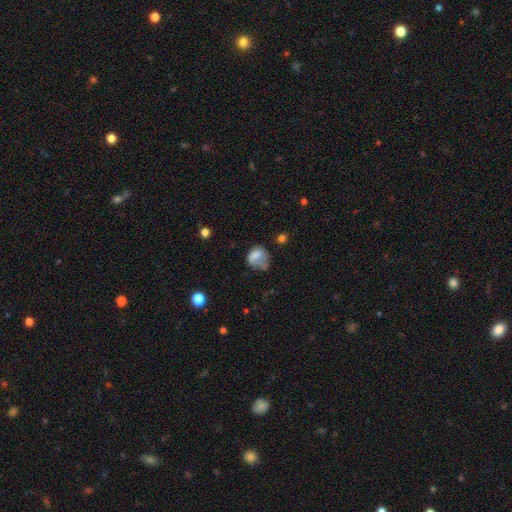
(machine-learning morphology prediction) A smooth galaxy with no disk features (70%) that is in between round and cigar-shaped (54%).

Vote fractions:
- Smooth or featured? smooth: 70% / featured or disk: 19% / star or artifact: 11%
- How rounded? in between: 54% / round: 44% / cigar-shaped: 1%
- Merging? major disturbance: 32% / none: 31% / minor disturbance: 31% / merger: 7%